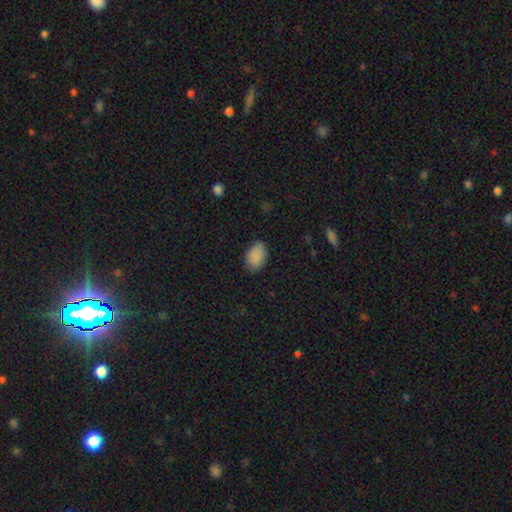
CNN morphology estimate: smooth-or-featured: smooth: 88% | star or artifact: 8% | featured or disk: 4%
  how-rounded: in between: 87% | round: 12% | cigar-shaped: 1%
  merging: none: 82% | minor disturbance: 14% | major disturbance: 3% | merger: 1%